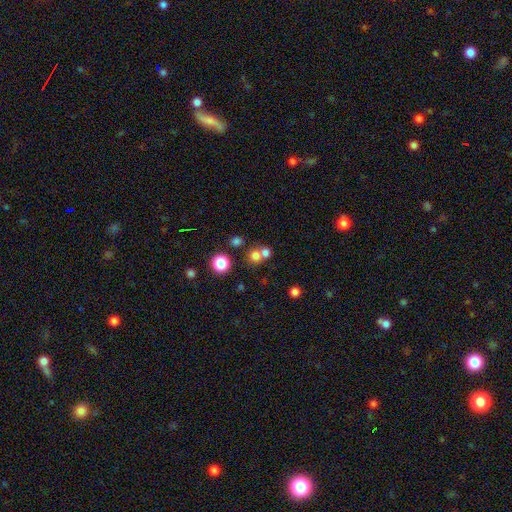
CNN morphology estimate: smooth-or-featured: smooth: 73% | star or artifact: 17% | featured or disk: 10%
  how-rounded: round: 84% | in between: 15% | cigar-shaped: 1%
  merging: none: 48% | merger: 43% | minor disturbance: 6% | major disturbance: 3%